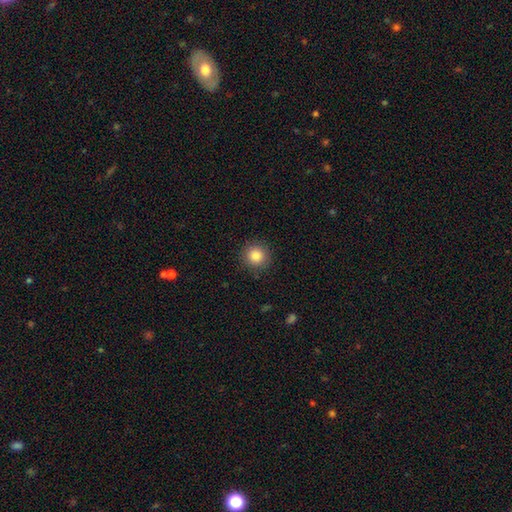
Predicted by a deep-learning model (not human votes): A smooth galaxy with no disk features (85%) that is round (94%). Merging: none (90%).